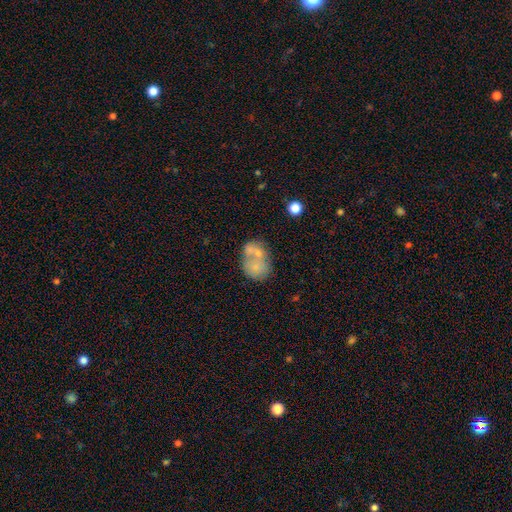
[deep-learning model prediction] Q: Smooth or featured?
A: smooth (57%); runner-up: featured or disk (33%)
Q: How rounded?
A: in between (52%); runner-up: round (47%)
Q: Merging?
A: merger (47%); runner-up: none (31%)